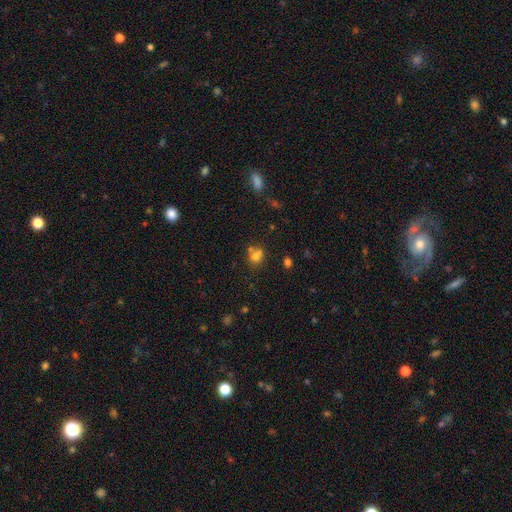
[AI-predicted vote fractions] The model was most divided on "merging": none: 46%, merger: 37%, minor disturbance: 12%, major disturbance: 5%. More confident: smooth or featured — smooth (71%); how rounded — round (65%).